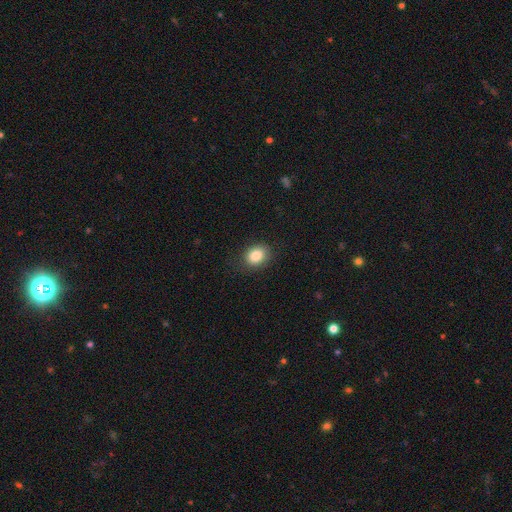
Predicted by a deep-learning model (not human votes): A smooth galaxy with no disk features (86%) that is in between round and cigar-shaped (58%). Merging: none (82%).